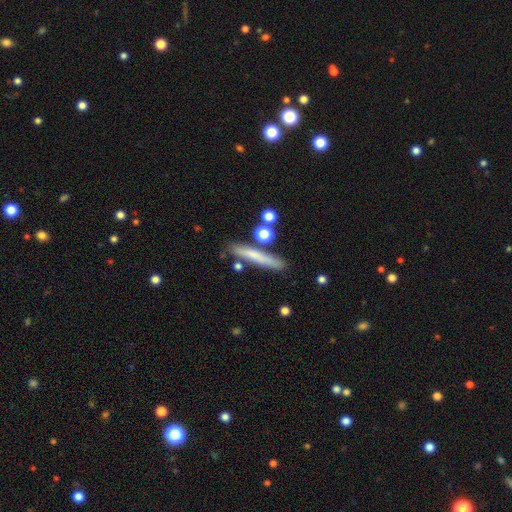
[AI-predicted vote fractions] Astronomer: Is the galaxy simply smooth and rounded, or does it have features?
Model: smooth — 67%.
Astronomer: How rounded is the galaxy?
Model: cigar-shaped — 90%.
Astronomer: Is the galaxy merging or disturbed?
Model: none — 78%.